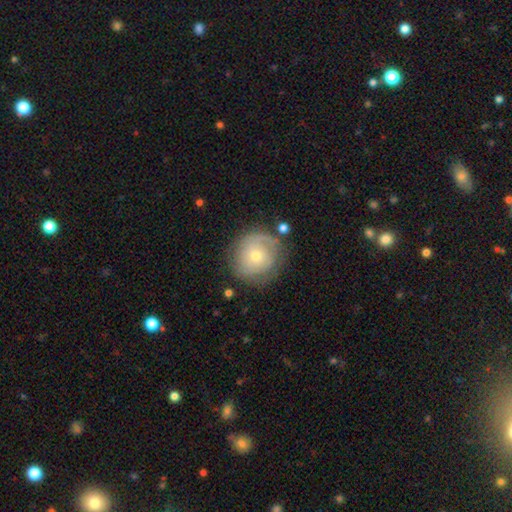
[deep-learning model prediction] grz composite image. It shows a featured or disk galaxy (54%) with no bar (82%), spiral arms (74%) and a small central bulge (62%). Merging: none (72%).